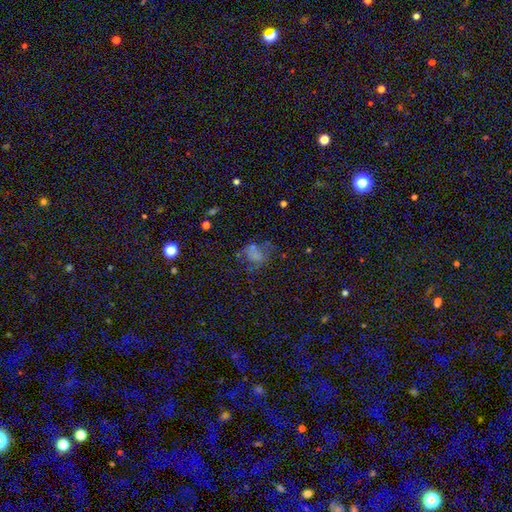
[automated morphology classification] Smooth or featured? Predicted: smooth (p=0.52). How rounded? Predicted: in between (p=0.55). Merging? Predicted: none (p=0.40).